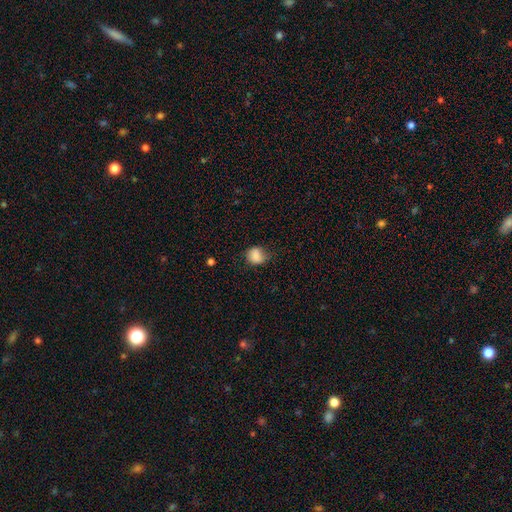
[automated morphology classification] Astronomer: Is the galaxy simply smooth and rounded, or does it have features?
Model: smooth — 85%.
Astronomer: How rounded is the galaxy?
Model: round — 69%.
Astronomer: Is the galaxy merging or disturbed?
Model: none — 59%.